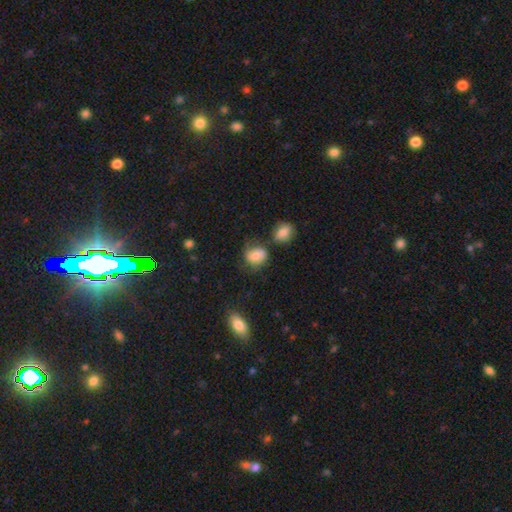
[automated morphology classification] Smooth or featured: smooth — 70% (featured or disk — 20%)
How rounded: round — 56% (in between — 43%)
Merging: none — 47% (minor disturbance — 25%)